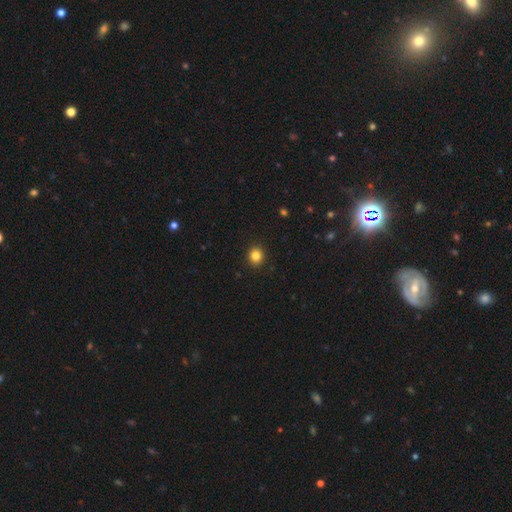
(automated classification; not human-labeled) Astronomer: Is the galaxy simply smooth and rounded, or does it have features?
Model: smooth — 84%.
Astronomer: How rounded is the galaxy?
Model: round — 81%.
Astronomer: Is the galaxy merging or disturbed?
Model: none — 92%.